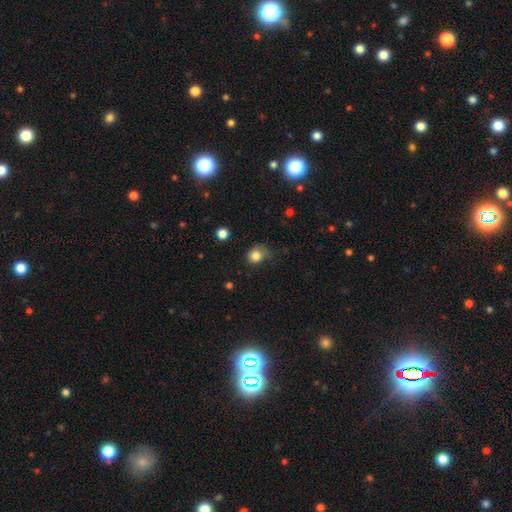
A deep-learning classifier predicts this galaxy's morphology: smooth_or_featured: smooth (p=0.81) [alt: star or artifact p=0.12]
how_rounded: round (p=0.67) [alt: in between p=0.32]
merging: none (p=0.54) [alt: minor disturbance p=0.33]